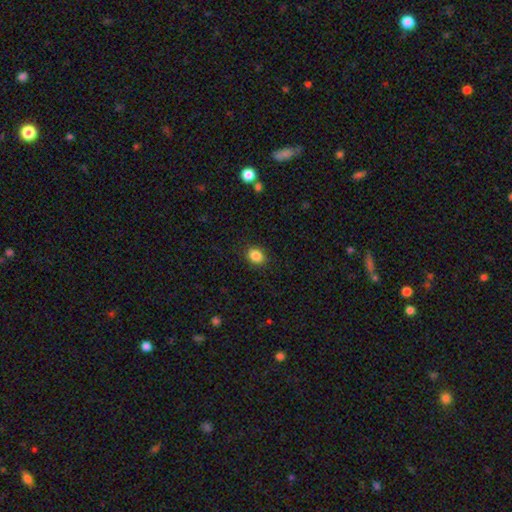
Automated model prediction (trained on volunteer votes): Overall: smooth (86%). How rounded: round (55%; in between 44%). Merging: none (88%).